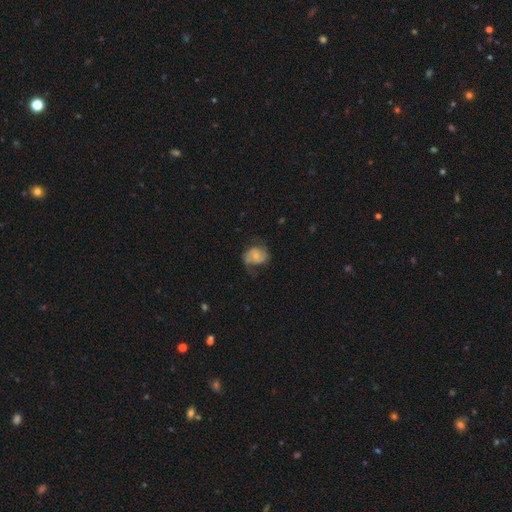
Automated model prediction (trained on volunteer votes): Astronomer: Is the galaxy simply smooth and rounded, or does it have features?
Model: featured or disk — 64%.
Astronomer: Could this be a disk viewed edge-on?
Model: no — 97%.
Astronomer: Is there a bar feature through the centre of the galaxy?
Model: no — 60%.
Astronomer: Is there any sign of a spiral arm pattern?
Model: yes — 89%.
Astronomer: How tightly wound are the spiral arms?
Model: medium — 46% (runner-up: loose, 30%).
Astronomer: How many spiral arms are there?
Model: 2 — 83%.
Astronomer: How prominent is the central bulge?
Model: small — 53% (runner-up: moderate, 37%).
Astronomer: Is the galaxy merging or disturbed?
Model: none — 59%.